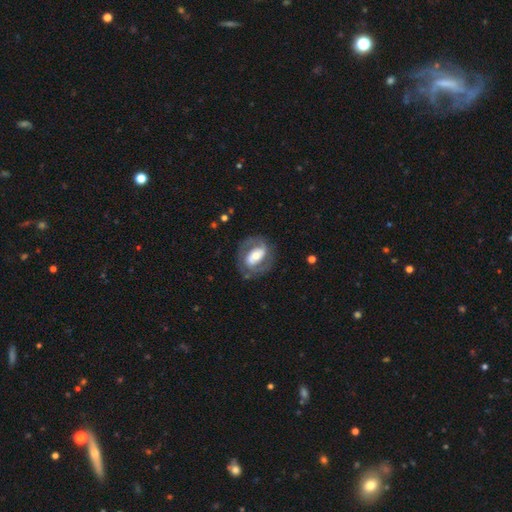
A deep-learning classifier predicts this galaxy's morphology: Smooth or featured? Predicted: featured or disk (p=0.72). Edge-on disk? Predicted: no (p=0.95). Bar? Predicted: strong (p=0.35). Spiral arms? Predicted: yes (p=0.76). Spiral winding? Predicted: medium (p=0.44). Spiral arm count? Predicted: 2 (p=0.83). Bulge size? Predicted: moderate (p=0.55). Merging? Predicted: none (p=0.74).